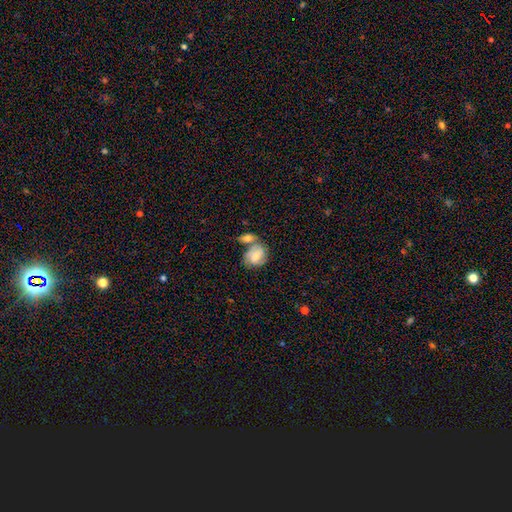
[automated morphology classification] This appears to be a smooth galaxy with no disk features (54%) that is in between round and cigar-shaped (51%). Merging: merger (39%).